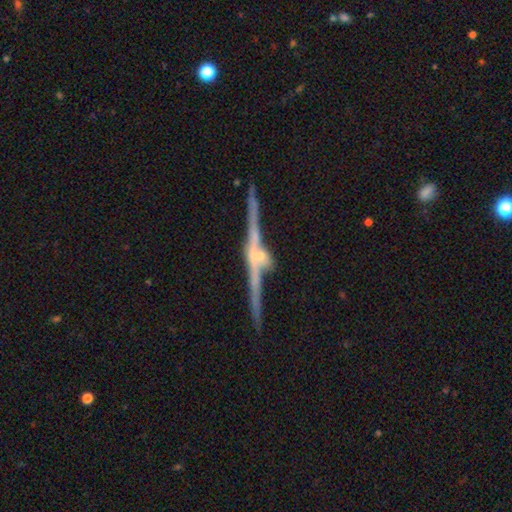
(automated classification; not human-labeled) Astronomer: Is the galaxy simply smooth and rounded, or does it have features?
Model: featured or disk — 86%.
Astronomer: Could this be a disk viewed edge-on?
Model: yes — 97%.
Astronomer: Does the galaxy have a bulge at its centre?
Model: rounded — 72%.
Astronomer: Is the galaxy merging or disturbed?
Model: none — 75%.